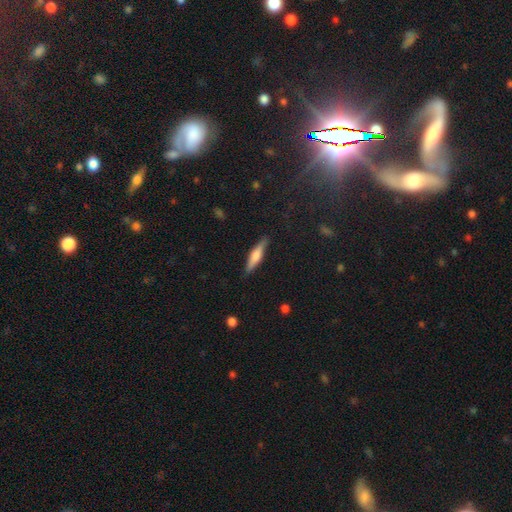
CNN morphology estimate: smooth-or-featured: smooth: 49% | featured or disk: 44% | star or artifact: 7%
  merging: none: 88% | minor disturbance: 9% | major disturbance: 2% | merger: 1%